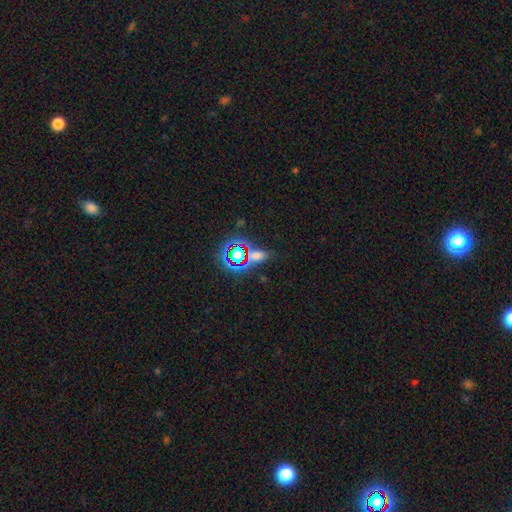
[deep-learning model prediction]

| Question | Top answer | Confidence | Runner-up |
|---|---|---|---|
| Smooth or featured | star or artifact | 45% | smooth (44%) |